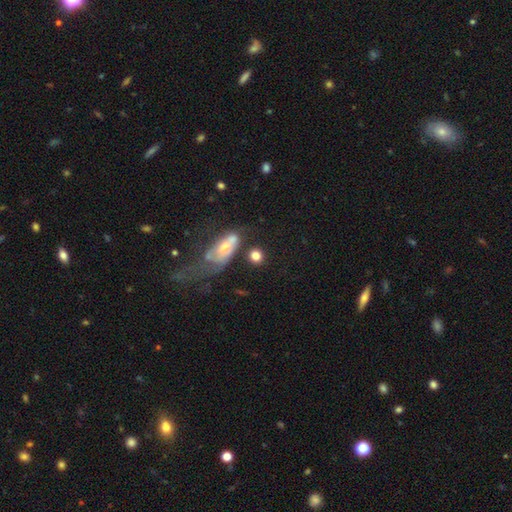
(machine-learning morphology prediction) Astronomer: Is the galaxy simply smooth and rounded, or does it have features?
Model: smooth — 80%.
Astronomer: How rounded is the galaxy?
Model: round — 78%.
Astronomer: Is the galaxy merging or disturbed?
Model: none — 63%.